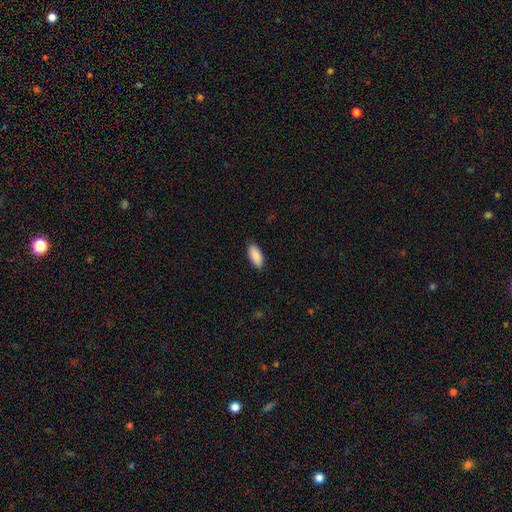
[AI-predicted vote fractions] Smooth or featured? smooth (90%)
How rounded? in between (90%)
Merging? none (88%)